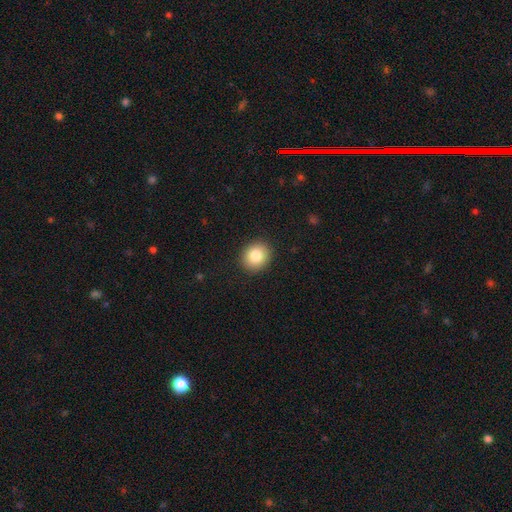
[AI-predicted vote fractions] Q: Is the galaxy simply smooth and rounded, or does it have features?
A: smooth — 82%.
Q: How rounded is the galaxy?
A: round — 73%.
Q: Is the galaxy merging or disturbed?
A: none — 90%.